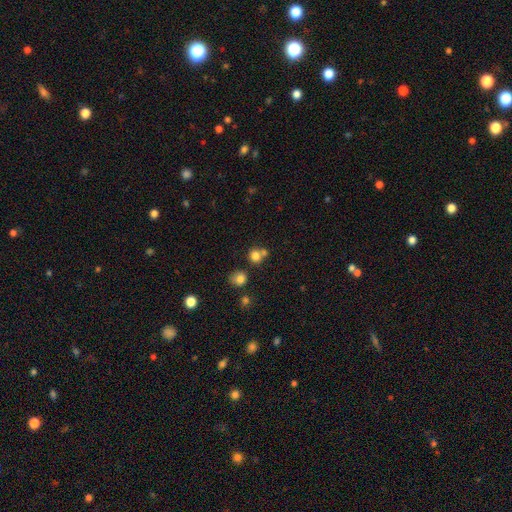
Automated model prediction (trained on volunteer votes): smooth_or_featured: smooth (p=0.78) [alt: star or artifact p=0.14]
how_rounded: round (p=0.84) [alt: in between p=0.15]
merging: none (p=0.53) [alt: merger p=0.34]